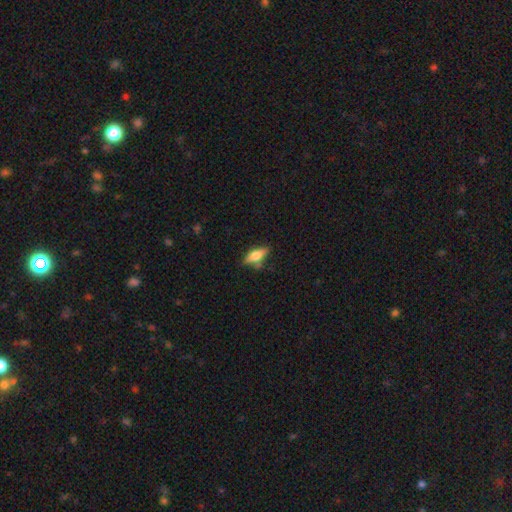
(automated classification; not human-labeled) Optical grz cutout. It shows a smooth galaxy with no disk features (61%) that is in between round and cigar-shaped (64%). Merging: none (69%).